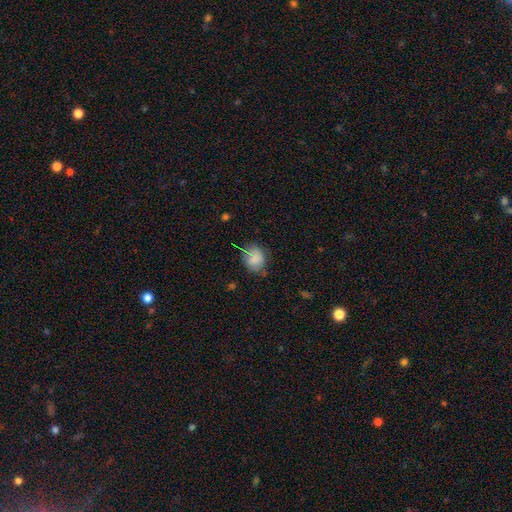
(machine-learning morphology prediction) Smooth or featured: smooth — 83% (star or artifact — 9%)
How rounded: round — 61% (in between — 38%)
Merging: none — 65% (minor disturbance — 25%)